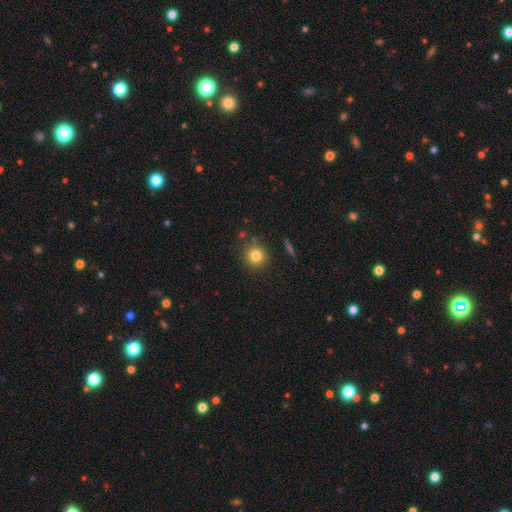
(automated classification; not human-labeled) Smooth or featured? smooth (81%)
How rounded? round (92%)
Merging? none (83%)